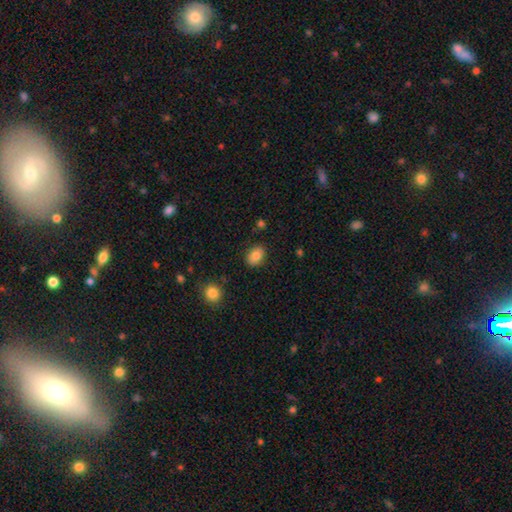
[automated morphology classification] A smooth galaxy with no disk features (83%) that is in between round and cigar-shaped (61%). Merging: none (85%).